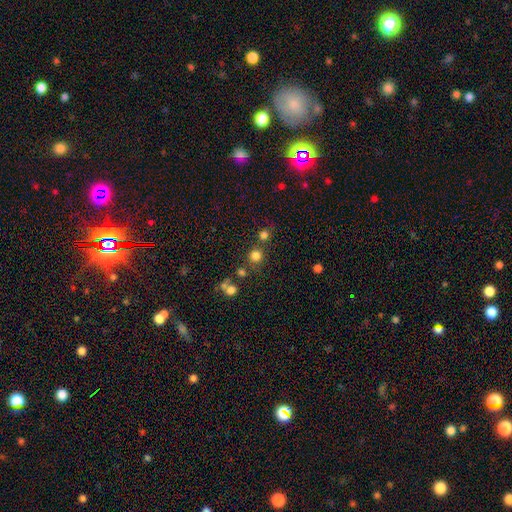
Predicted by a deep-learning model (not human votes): Morphology: type=smooth (76%); roundness=round (91%); merging=none (72%).